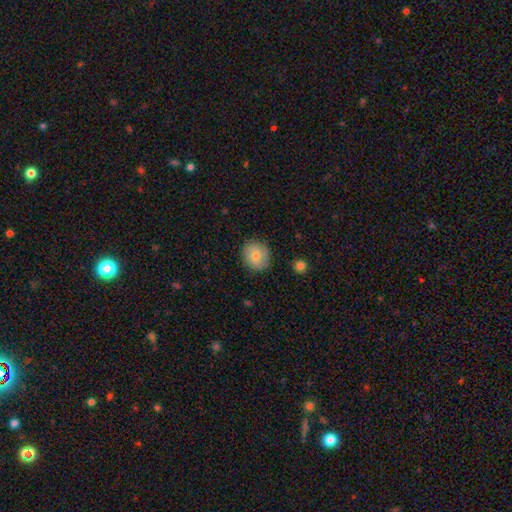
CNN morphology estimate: A smooth galaxy with no disk features (77%) that is round (79%). Merging: none (84%).